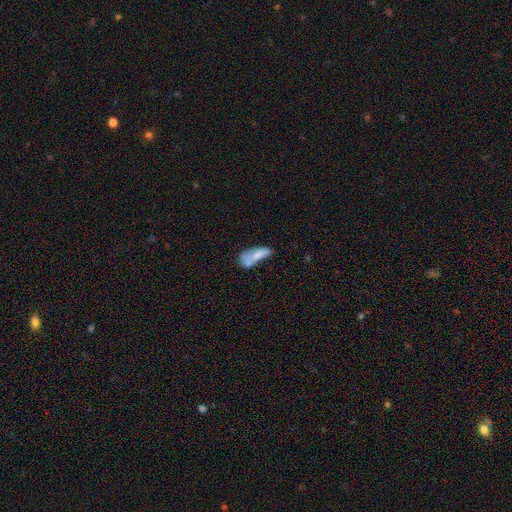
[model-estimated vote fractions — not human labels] This appears to be a smooth galaxy with no disk features (58%) that is in between round and cigar-shaped (72%). Merging: merger (39%).